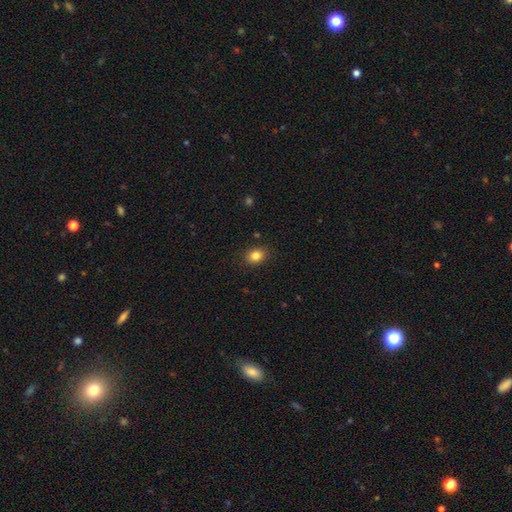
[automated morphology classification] The model was most divided on "how rounded": in between: 53%, round: 46%, cigar-shaped: 1%. More confident: merging — none (88%); smooth or featured — smooth (83%).